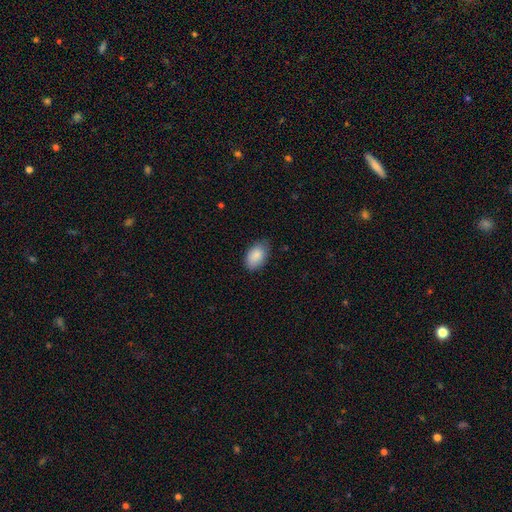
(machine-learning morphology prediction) smooth 88%, star or artifact 7%, featured or disk 5%. Down the decision tree: how rounded — in between (93%); merging — none (75%).